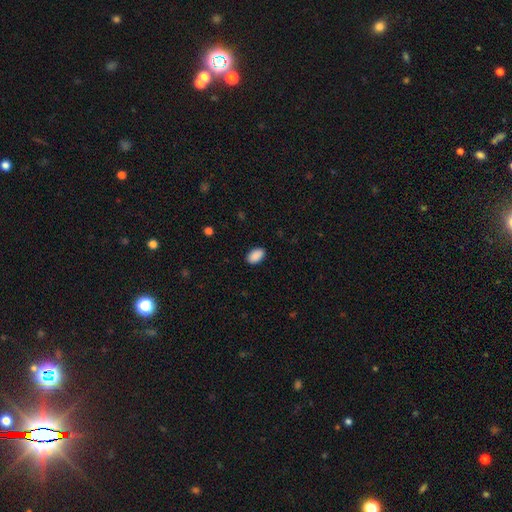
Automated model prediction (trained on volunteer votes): Smooth or featured? Predicted: smooth (p=0.91). How rounded? Predicted: in between (p=0.93). Merging? Predicted: none (p=0.89).